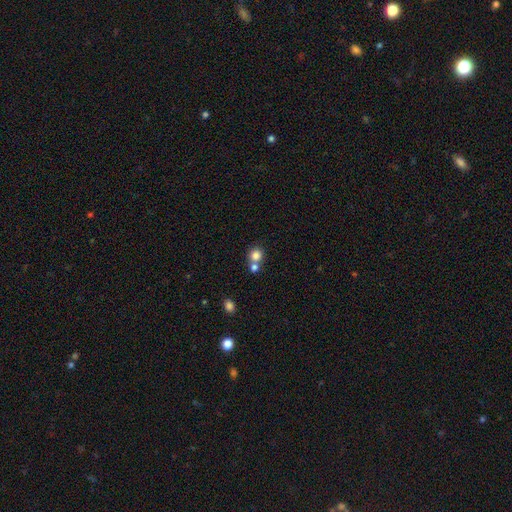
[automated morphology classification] A smooth galaxy with no disk features (81%) that is round (87%). Merging: none (53%).